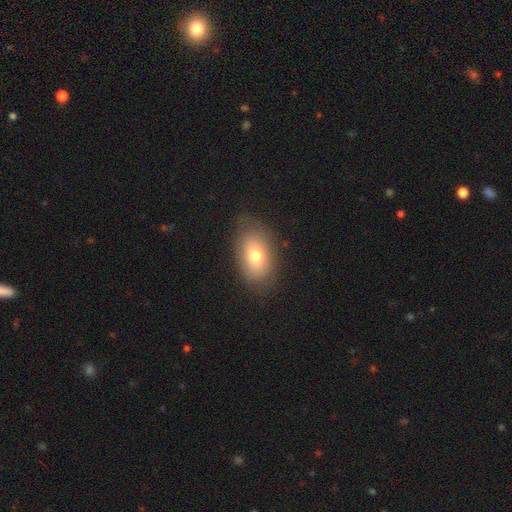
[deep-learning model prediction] Smooth or featured? Predicted: smooth (p=0.73). How rounded? Predicted: in between (p=0.88). Merging? Predicted: none (p=0.79).